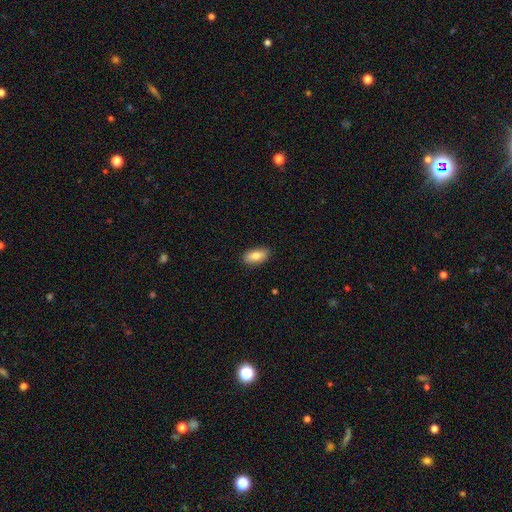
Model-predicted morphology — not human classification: This is clearly a smooth galaxy (81%). How rounded: clearly in between (89%). Merging: clearly none (88%).